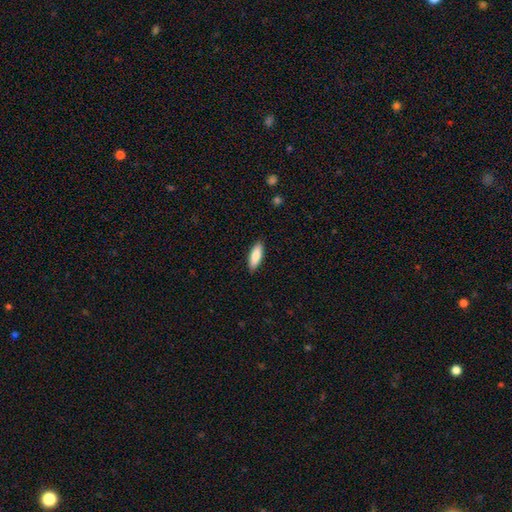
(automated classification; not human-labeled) A smooth galaxy with no disk features (85%) that is in between round and cigar-shaped (56%).

Vote fractions:
- Smooth or featured? smooth: 85% / featured or disk: 10% / star or artifact: 5%
- How rounded? in between: 56% / cigar-shaped: 43% / round: 2%
- Merging? none: 89% / minor disturbance: 8% / major disturbance: 2% / merger: 1%